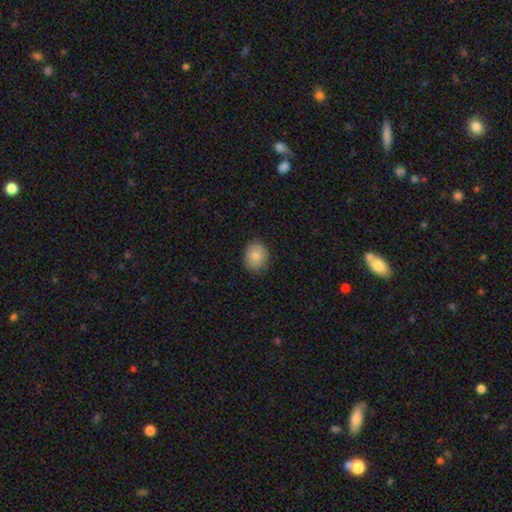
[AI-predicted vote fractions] smooth-or-featured: smooth: 85% | star or artifact: 8% | featured or disk: 8%
  how-rounded: round: 54% | in between: 45% | cigar-shaped: 1%
  merging: none: 85% | minor disturbance: 12% | major disturbance: 2% | merger: 1%